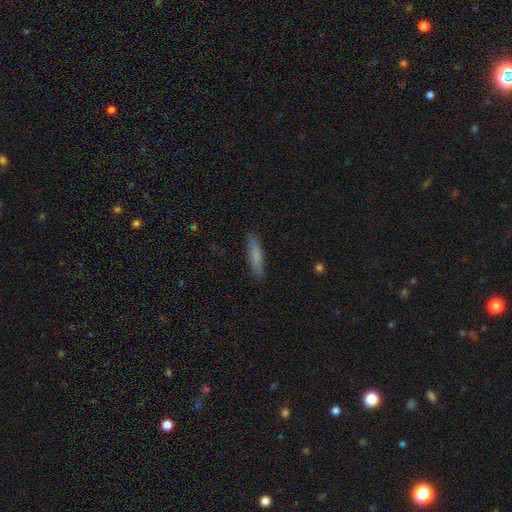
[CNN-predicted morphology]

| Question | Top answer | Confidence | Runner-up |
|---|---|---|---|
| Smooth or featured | smooth | 77% | featured or disk (17%) |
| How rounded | cigar-shaped | 88% | in between (11%) |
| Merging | none | 88% | minor disturbance (9%) |